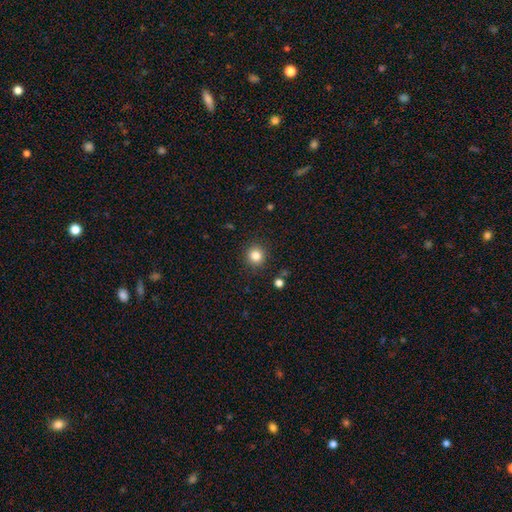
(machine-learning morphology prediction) Smooth or featured?
  - smooth: 83% *
  - star or artifact: 12%
  - featured or disk: 5%
How rounded?
  - round: 93% *
  - in between: 6%
  - cigar-shaped: 1%
Merging?
  - none: 90% *
  - minor disturbance: 6%
  - major disturbance: 2%
  - merger: 2%